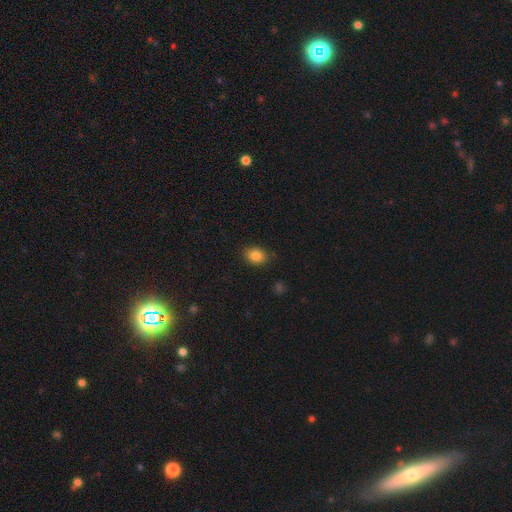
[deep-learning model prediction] Smooth or featured?
  - smooth: 84% *
  - star or artifact: 10%
  - featured or disk: 6%
How rounded?
  - in between: 58% *
  - round: 41%
  - cigar-shaped: 1%
Merging?
  - none: 80% *
  - minor disturbance: 15%
  - major disturbance: 3%
  - merger: 1%